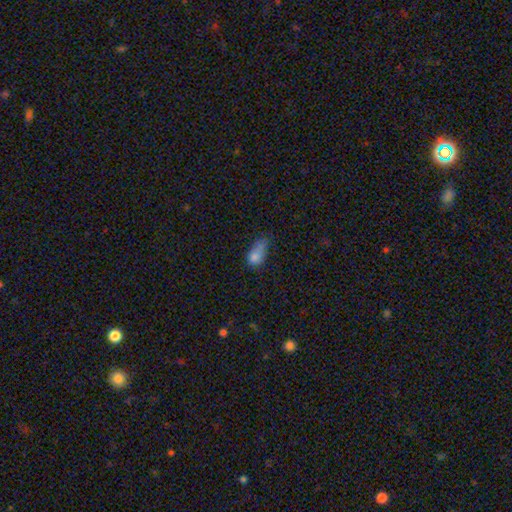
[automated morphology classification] Overall: smooth (77%). How rounded: in between (83%). Merging: minor disturbance (36%; major disturbance 29%).